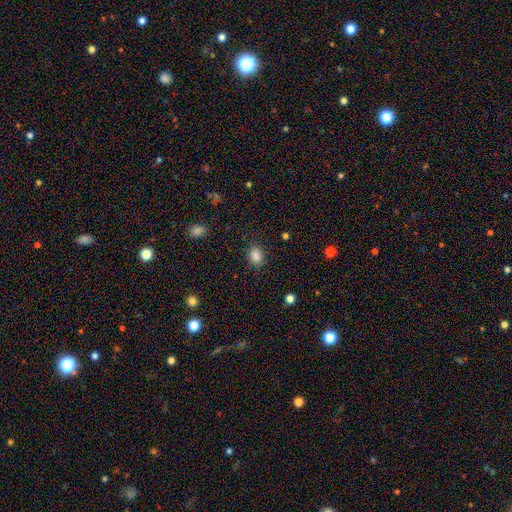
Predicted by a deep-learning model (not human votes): Morphology: type=smooth (86%); roundness=in between (68%); merging=none (85%).